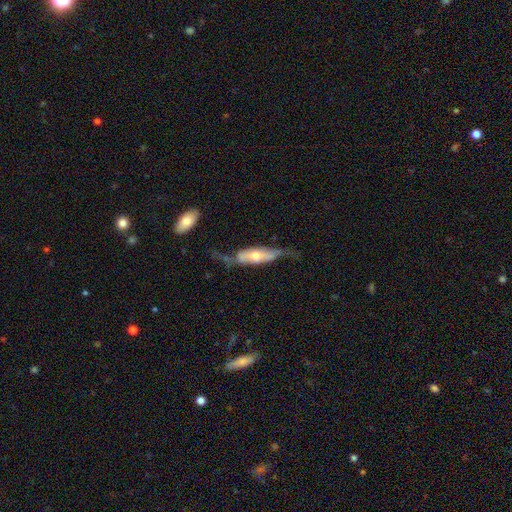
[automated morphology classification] type=featured or disk (61%); edge-on=yes (58%); merging=none (44%).